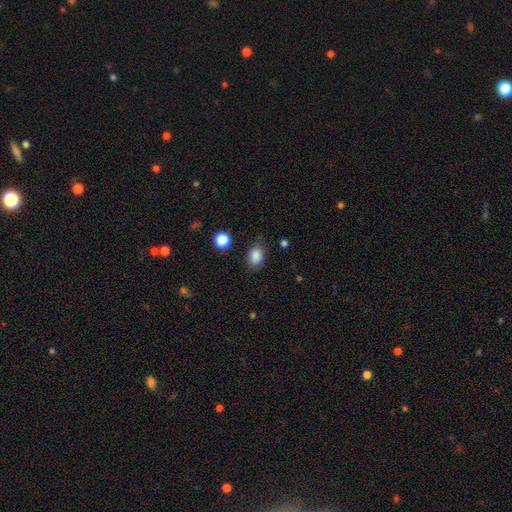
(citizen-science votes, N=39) This appears to be a smooth galaxy with no disk features (87%) that is in between round and cigar-shaped (68%). Merging: none (84%).